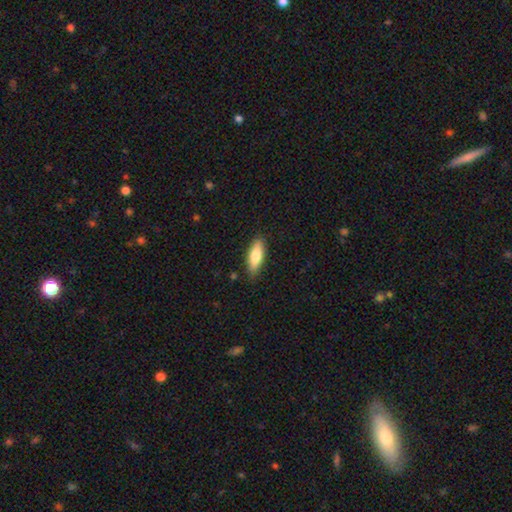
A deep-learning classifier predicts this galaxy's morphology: smooth 77%, featured or disk 17%, star or artifact 6%. Down the decision tree: how rounded — in between (62%); merging — none (85%).